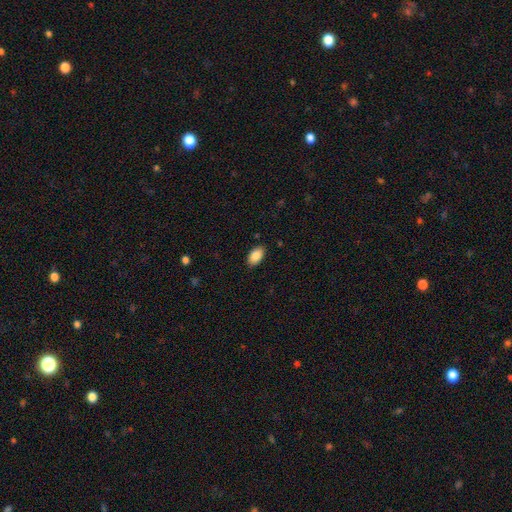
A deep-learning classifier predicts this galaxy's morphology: The model was most divided on "merging": none: 87%, minor disturbance: 10%, major disturbance: 2%, merger: 1%. More confident: how rounded — in between (94%); smooth or featured — smooth (88%).